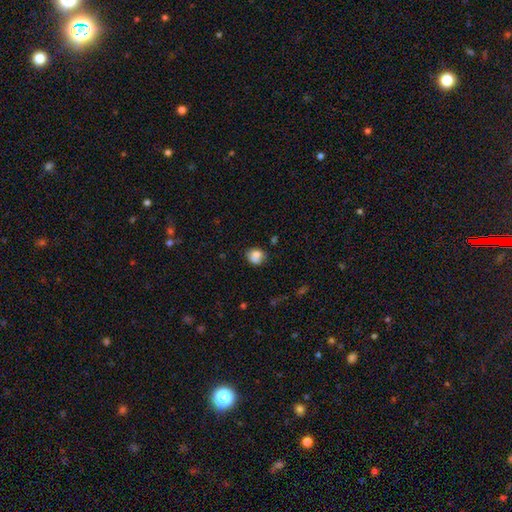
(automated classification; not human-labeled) This is likely a smooth galaxy (78%). How rounded: likely round (68%). Merging: possibly none (58%).